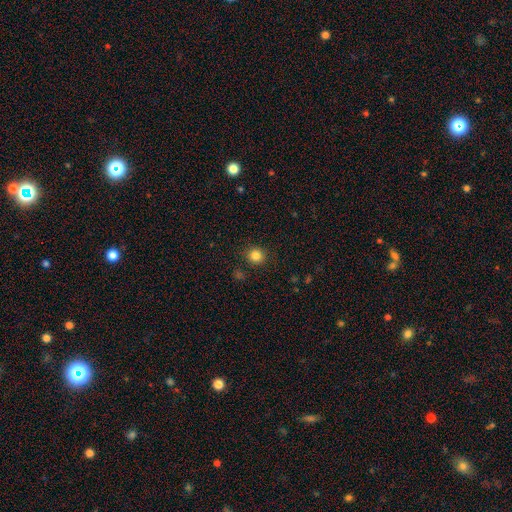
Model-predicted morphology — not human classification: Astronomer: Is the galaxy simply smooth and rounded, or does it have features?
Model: smooth — 83%.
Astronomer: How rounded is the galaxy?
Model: round — 90%.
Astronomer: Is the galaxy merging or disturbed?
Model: none — 89%.